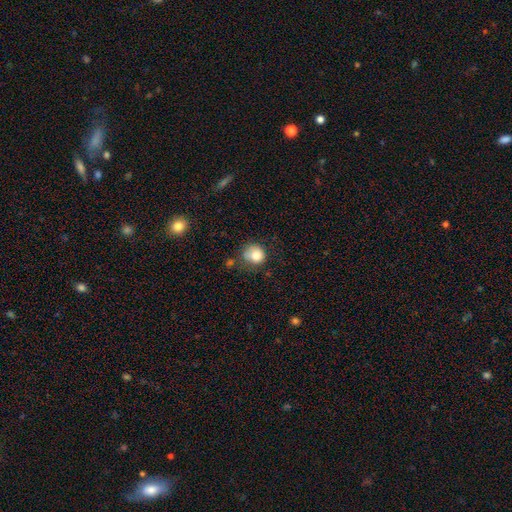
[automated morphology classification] Smooth or featured? smooth (81%)
How rounded? round (82%)
Merging? none (55%)